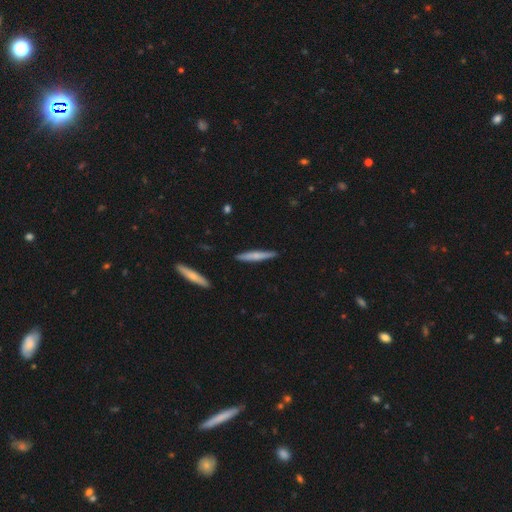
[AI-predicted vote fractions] This is likely a smooth galaxy (61%). How rounded: clearly cigar-shaped (93%). Merging: clearly none (89%).